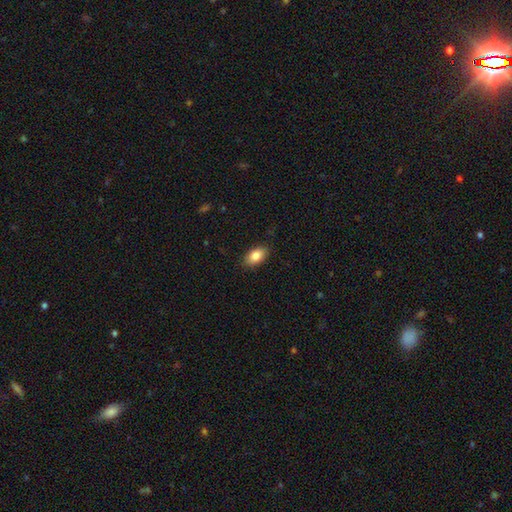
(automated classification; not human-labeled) smooth 85%, featured or disk 8%, star or artifact 7%. Down the decision tree: how rounded — in between (92%); merging — none (87%).